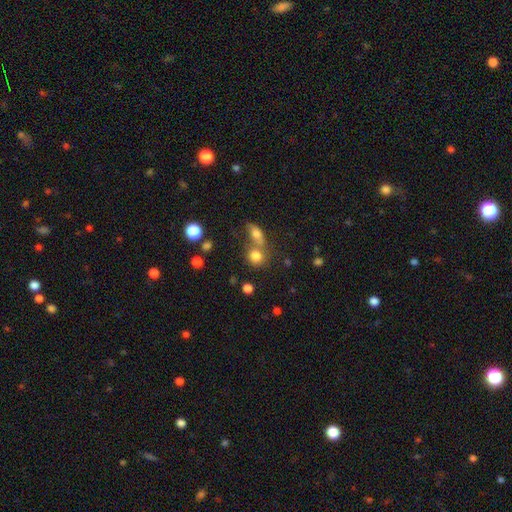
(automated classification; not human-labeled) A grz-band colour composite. It shows a smooth galaxy with no disk features (79%) that is round (74%). Merging: none (46%).